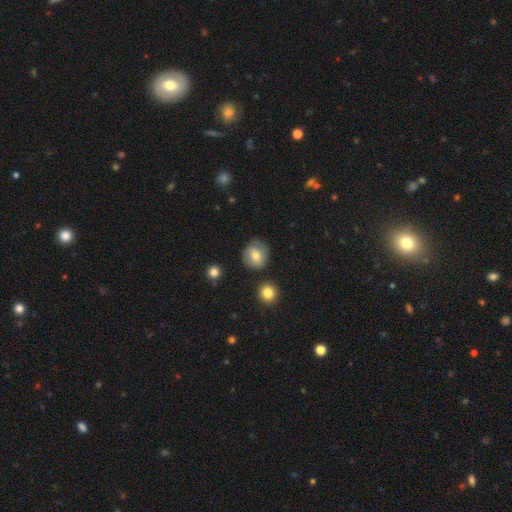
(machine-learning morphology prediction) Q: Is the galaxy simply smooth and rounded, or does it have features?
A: smooth — 61%.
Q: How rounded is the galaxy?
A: round — 85%.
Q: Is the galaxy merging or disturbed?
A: none — 74%.